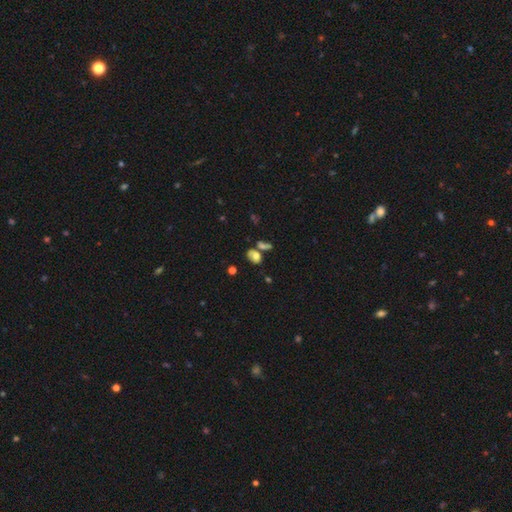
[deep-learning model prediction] This appears to be a smooth galaxy with no disk features (66%) that is in between round and cigar-shaped (75%). Merging: merger (38%).